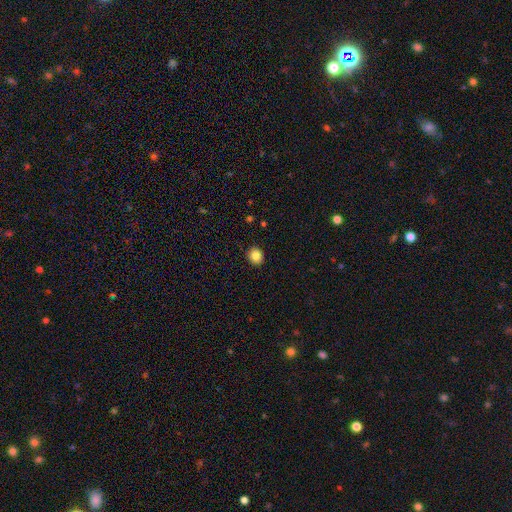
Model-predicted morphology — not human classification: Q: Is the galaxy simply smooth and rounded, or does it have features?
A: smooth — 84%.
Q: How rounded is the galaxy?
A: round — 76%.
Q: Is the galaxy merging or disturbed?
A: none — 91%.